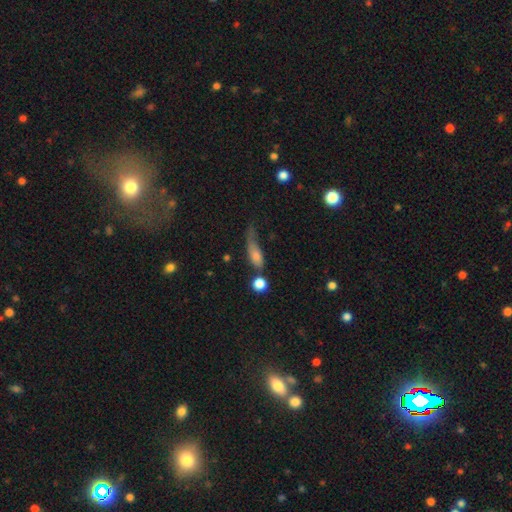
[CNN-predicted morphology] smooth_or_featured: smooth (p=0.65) [alt: featured or disk p=0.24]
how_rounded: in between (p=0.51) [alt: cigar-shaped p=0.39]
merging: major disturbance (p=0.33) [alt: none p=0.28]